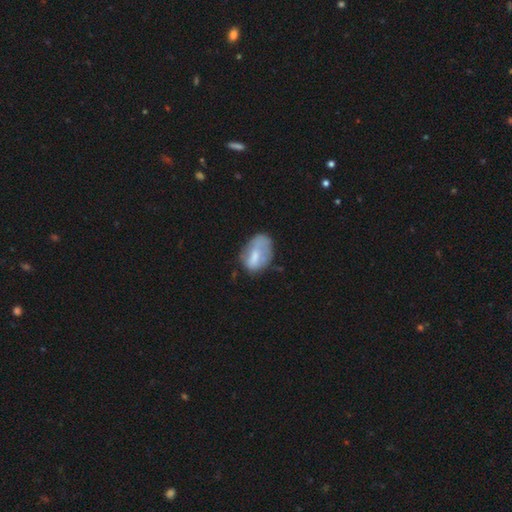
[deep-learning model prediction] Q: Smooth or featured?
A: smooth (62%); runner-up: featured or disk (30%)
Q: How rounded?
A: in between (85%); runner-up: round (13%)
Q: Merging?
A: none (41%); runner-up: minor disturbance (33%)